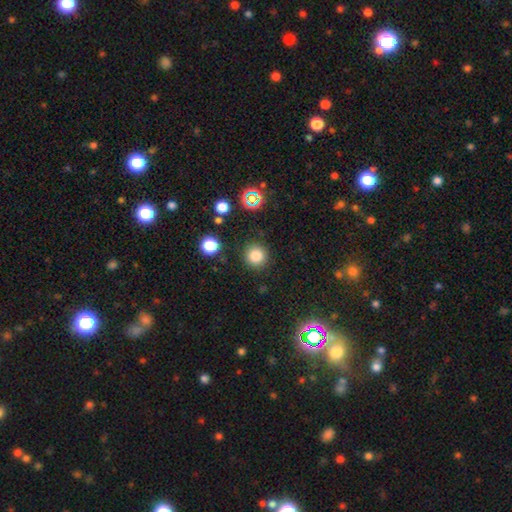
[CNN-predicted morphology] Smooth or featured?
  - smooth: 80% *
  - star or artifact: 15%
  - featured or disk: 5%
How rounded?
  - round: 94% *
  - in between: 5%
  - cigar-shaped: 1%
Merging?
  - none: 89% *
  - minor disturbance: 6%
  - major disturbance: 3%
  - merger: 2%